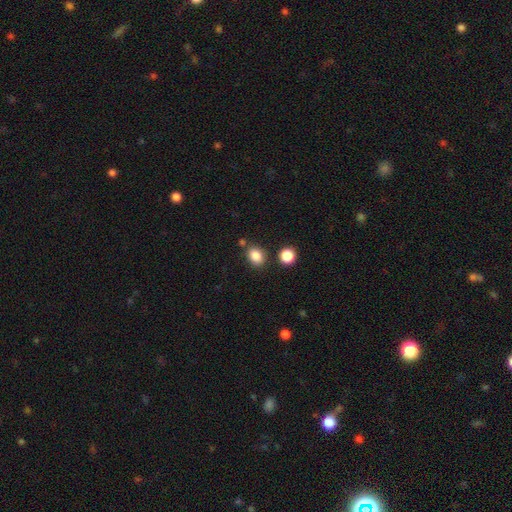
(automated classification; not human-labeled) Overall: smooth (85%). How rounded: in between (57%; round 42%). Merging: none (77%).